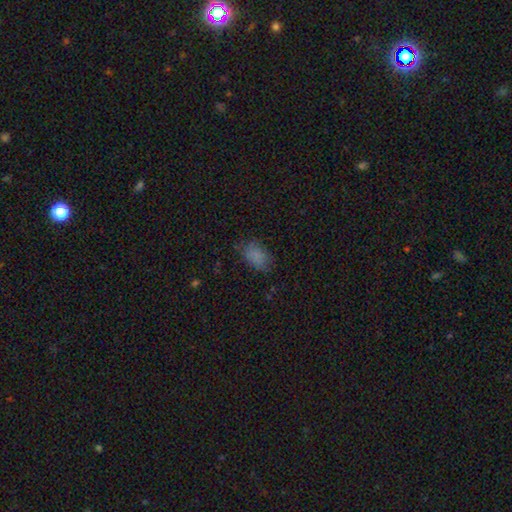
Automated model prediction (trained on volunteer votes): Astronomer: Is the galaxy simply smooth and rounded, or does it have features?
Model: smooth — 78%.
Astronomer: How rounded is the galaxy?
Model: in between — 89%.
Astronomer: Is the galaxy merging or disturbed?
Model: none — 65%.